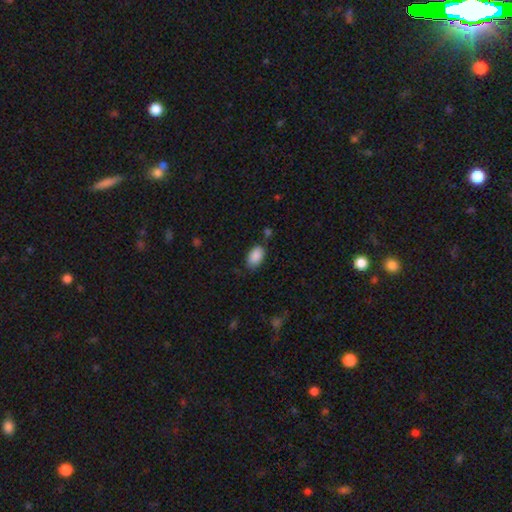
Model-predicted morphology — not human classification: Q: Smooth or featured?
A: smooth (89%); runner-up: star or artifact (7%)
Q: How rounded?
A: in between (92%); runner-up: round (6%)
Q: Merging?
A: none (75%); runner-up: minor disturbance (18%)